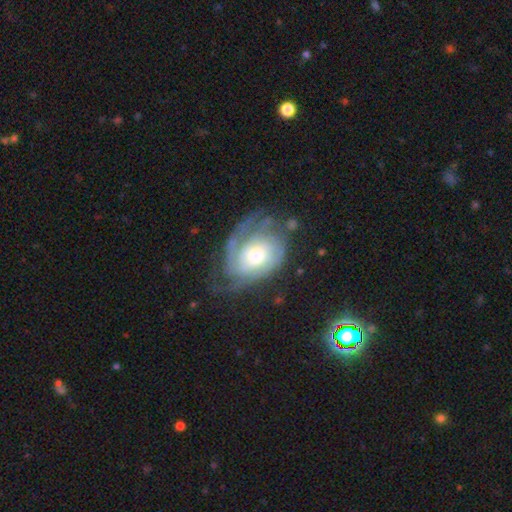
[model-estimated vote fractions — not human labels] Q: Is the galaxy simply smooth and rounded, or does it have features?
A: featured or disk — 78%.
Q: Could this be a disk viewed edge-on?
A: no — 96%.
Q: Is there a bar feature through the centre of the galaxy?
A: no — 77%.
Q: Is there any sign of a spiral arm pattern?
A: yes — 91%.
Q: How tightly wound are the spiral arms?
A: tight — 57%.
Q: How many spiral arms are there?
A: can't tell — 39%.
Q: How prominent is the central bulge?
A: moderate — 55%.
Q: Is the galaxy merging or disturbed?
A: none — 54%.